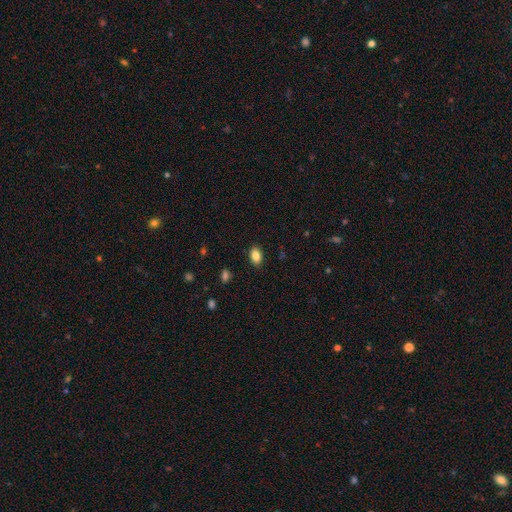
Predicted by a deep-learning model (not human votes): This is clearly a smooth galaxy (86%). How rounded: clearly in between (86%). Merging: clearly none (88%).